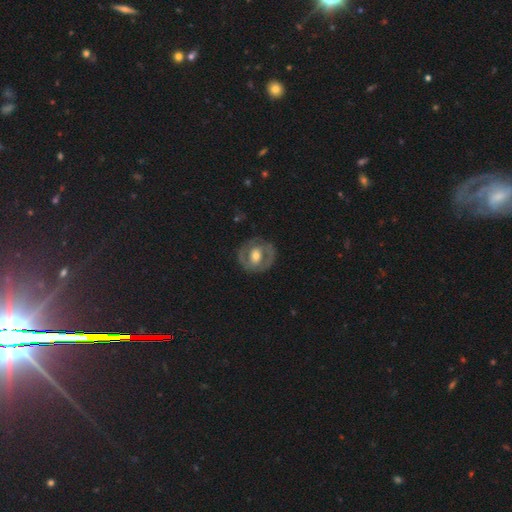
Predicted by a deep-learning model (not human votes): Smooth or featured: featured or disk — 67% (smooth — 27%)
Edge-on disk: no — 96% (yes — 4%)
Bar: no — 41% (weak — 38%)
Spiral arms: no — 51% (yes — 49%)
Bulge size: moderate — 70% (small — 16%)
Merging: none — 79% (minor disturbance — 13%)